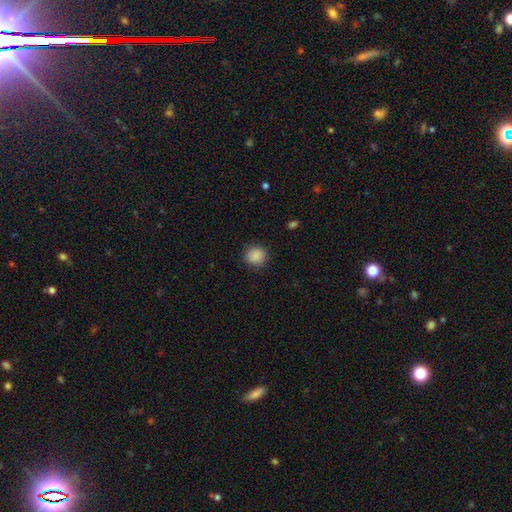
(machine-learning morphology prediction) type=smooth (88%); roundness=round (87%); merging=none (86%).